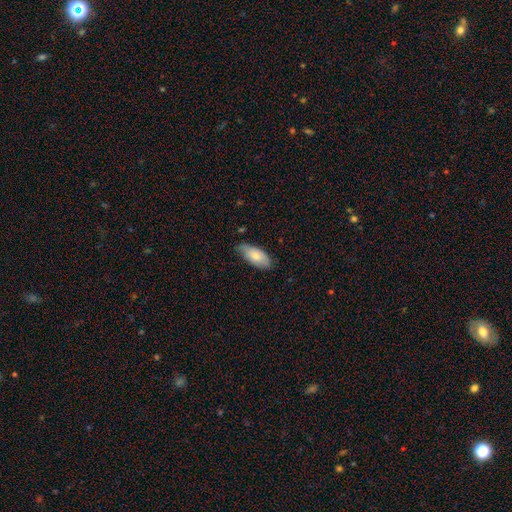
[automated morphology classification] type=smooth (74%); roundness=in between (90%); merging=none (64%).